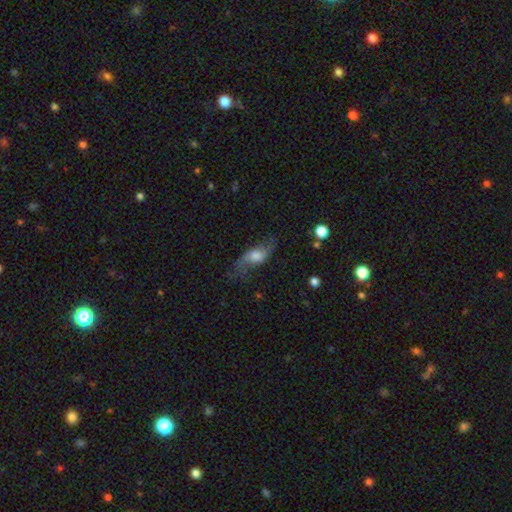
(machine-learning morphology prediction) A featured or disk galaxy (55%).

Vote fractions:
- Smooth or featured? featured or disk: 55% / smooth: 37% / star or artifact: 8%
- Edge-on disk? no: 82% / yes: 18%
- Merging? none: 59% / minor disturbance: 23% / major disturbance: 16% / merger: 2%